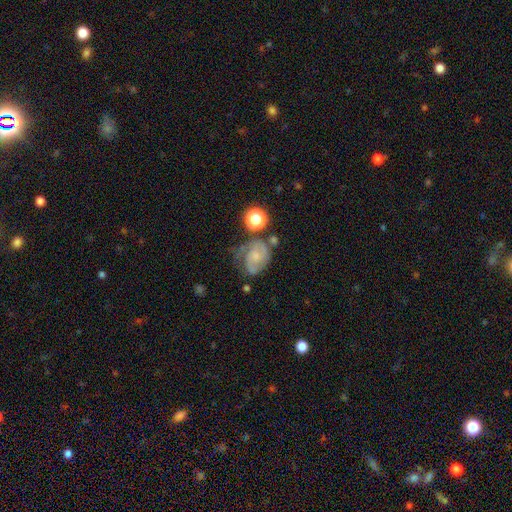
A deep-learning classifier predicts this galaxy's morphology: The model was most divided on "spiral winding": tight: 44%, medium: 42%, loose: 15%. Remaining: edge-on disk — no (97%); spiral arms — yes (88%); bar — no (67%); smooth or featured — featured or disk (67%); spiral arm count — 2 (59%); bulge size — small (45%); merging — none (43%).